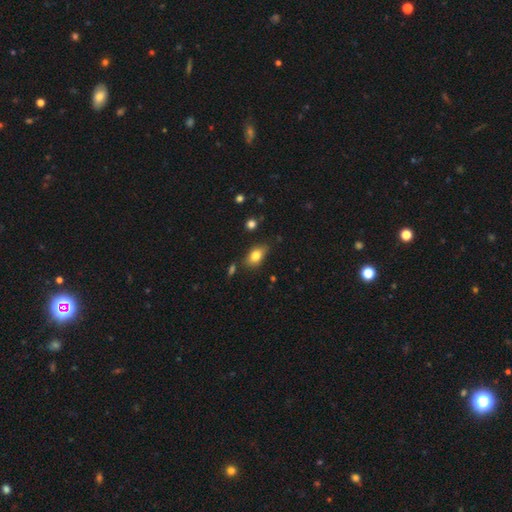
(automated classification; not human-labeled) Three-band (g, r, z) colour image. It shows a smooth galaxy with no disk features (81%) that is in between round and cigar-shaped (85%). Merging: none (75%).